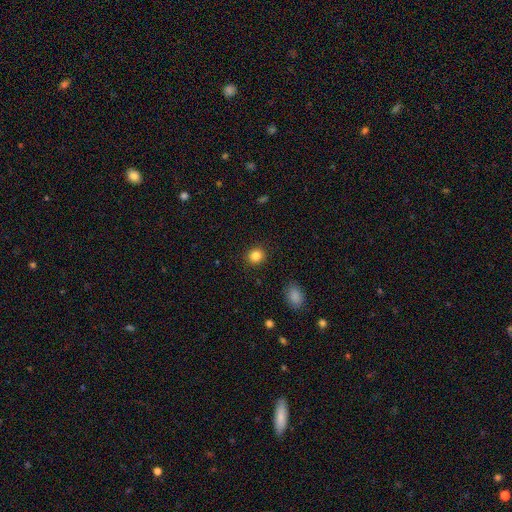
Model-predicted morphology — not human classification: Smooth or featured? Predicted: smooth (p=0.85). How rounded? Predicted: round (p=0.85). Merging? Predicted: none (p=0.91).